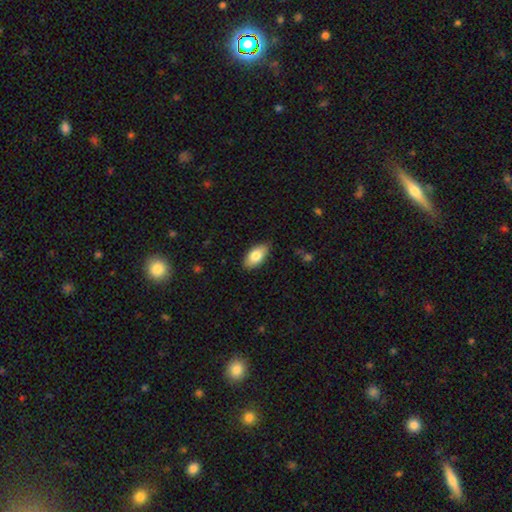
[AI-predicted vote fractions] Overall: smooth (81%). How rounded: in between (93%). Merging: none (84%).